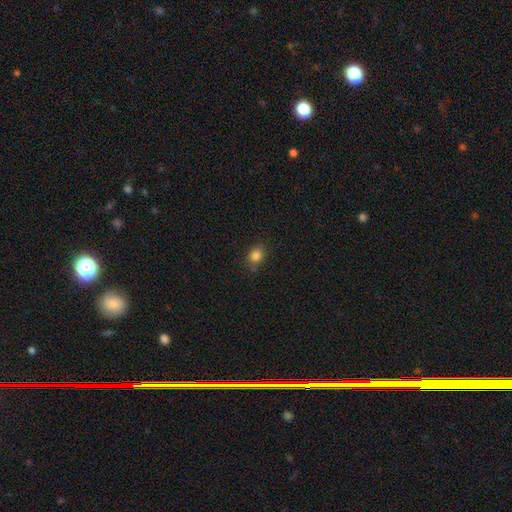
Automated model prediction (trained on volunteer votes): A smooth galaxy with no disk features (83%) that is round (55%). Merging: none (76%).